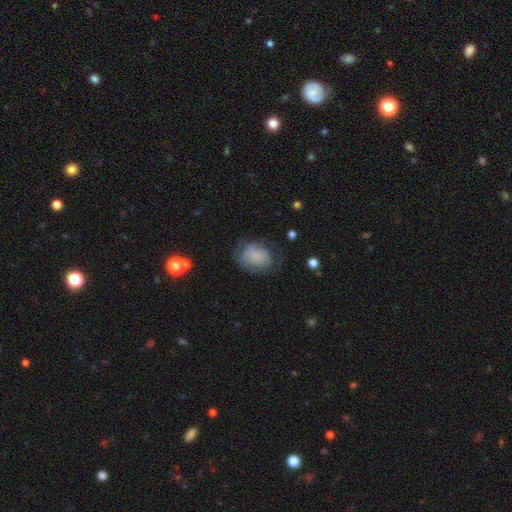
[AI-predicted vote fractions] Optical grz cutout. It shows a smooth galaxy with no disk features (64%) that is in between round and cigar-shaped (62%). Merging: none (50%).